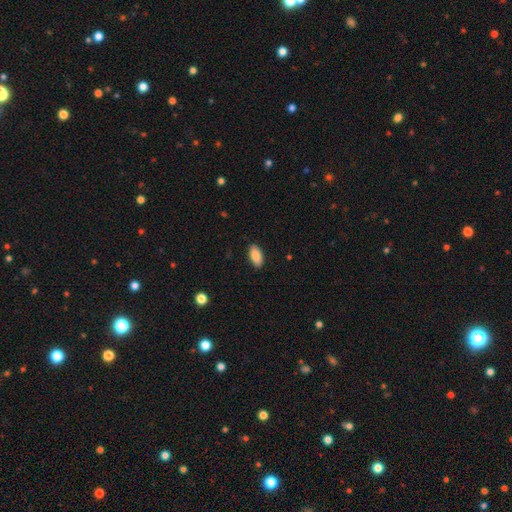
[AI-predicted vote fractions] Morphology: type=smooth (87%); roundness=in between (92%); merging=none (88%).